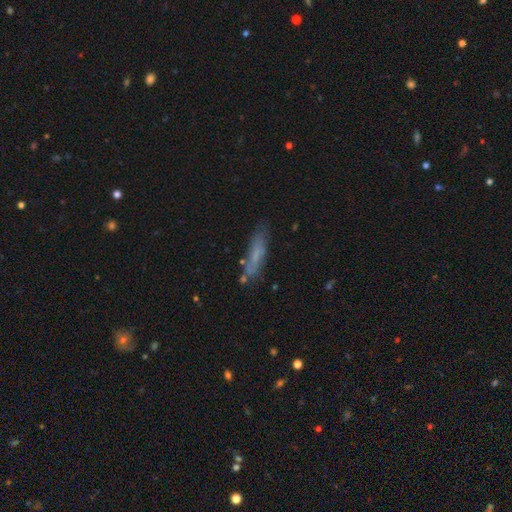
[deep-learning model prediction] This is likely a smooth galaxy (62%). How rounded: likely cigar-shaped (77%). Merging: likely none (67%).